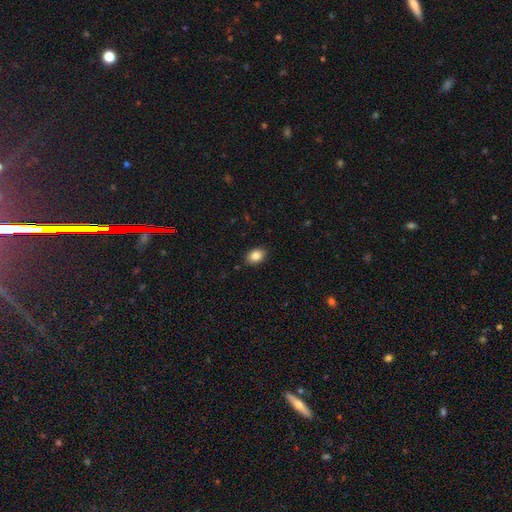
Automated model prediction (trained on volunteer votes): This is clearly a smooth galaxy (86%). How rounded: clearly in between (81%). Merging: clearly none (88%).